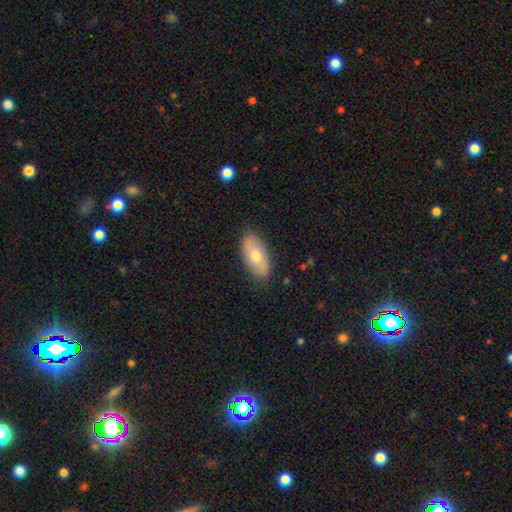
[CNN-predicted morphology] smooth 65%, featured or disk 29%, star or artifact 6%. Down the decision tree: how rounded — in between (92%); merging — none (84%).